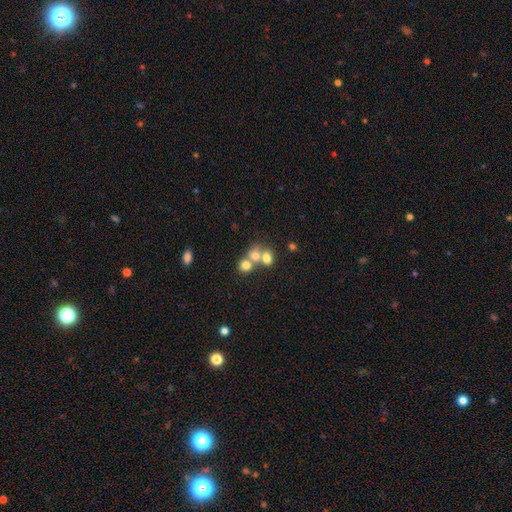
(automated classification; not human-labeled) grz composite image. It shows a smooth galaxy with no disk features (69%) that is round (68%). Merging: merger (59%).